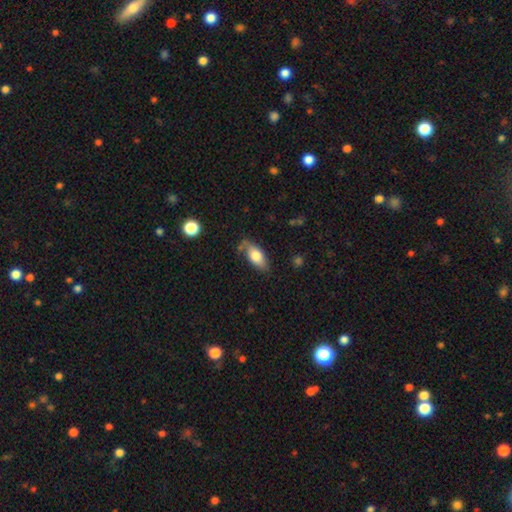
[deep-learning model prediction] smooth_or_featured: smooth (p=0.73) [alt: featured or disk p=0.21]
how_rounded: in between (p=0.88) [alt: cigar-shaped p=0.09]
merging: none (p=0.60) [alt: minor disturbance p=0.26]